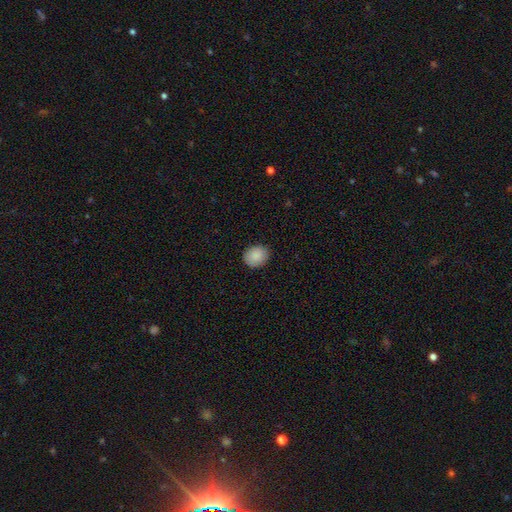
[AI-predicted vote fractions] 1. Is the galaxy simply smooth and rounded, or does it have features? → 89% smooth, 7% star or artifact, 4% featured or disk.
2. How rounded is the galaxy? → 64% round, 35% in between, 1% cigar-shaped.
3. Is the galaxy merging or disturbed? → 88% none, 9% minor disturbance, 2% major disturbance, 1% merger.